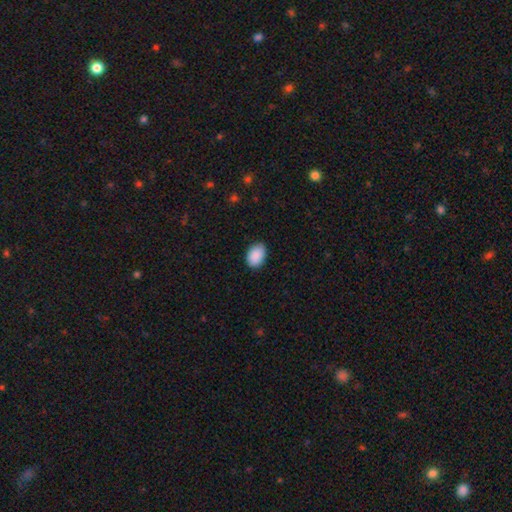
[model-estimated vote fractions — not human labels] smooth-or-featured: smooth: 90% | star or artifact: 7% | featured or disk: 3%
  how-rounded: in between: 85% | round: 14% | cigar-shaped: 1%
  merging: none: 85% | minor disturbance: 12% | major disturbance: 2% | merger: 1%